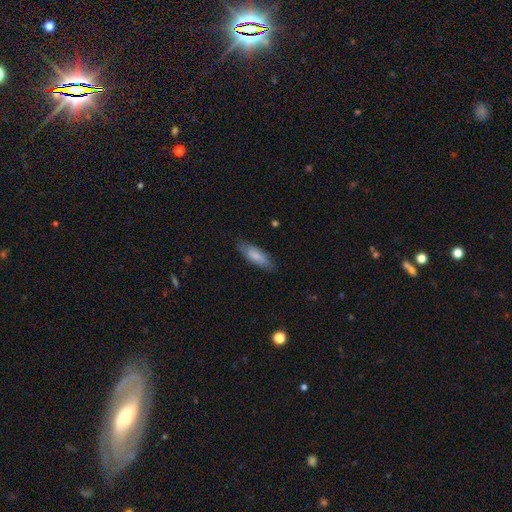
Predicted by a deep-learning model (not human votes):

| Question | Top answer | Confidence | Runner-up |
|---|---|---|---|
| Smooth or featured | smooth | 80% | featured or disk (15%) |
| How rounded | in between | 56% | cigar-shaped (43%) |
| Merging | none | 81% | minor disturbance (15%) |